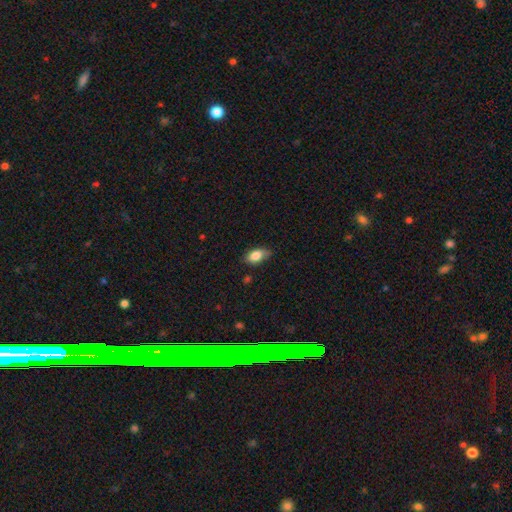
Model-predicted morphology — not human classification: smooth 83%, featured or disk 9%, star or artifact 8%. Down the decision tree: how rounded — in between (89%); merging — none (64%).